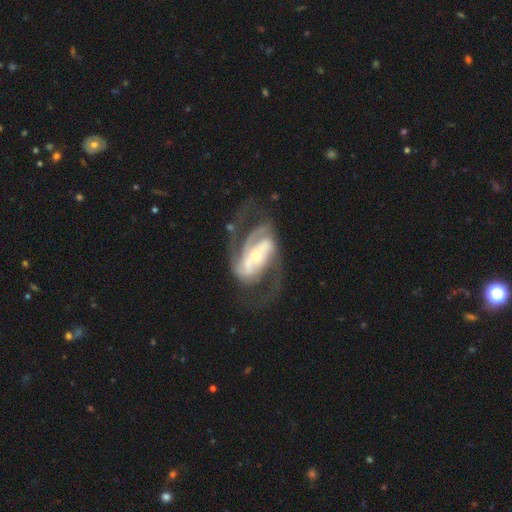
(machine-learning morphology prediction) This is clearly a featured or disk galaxy (89%). It is clearly not viewed edge-on (96%). Bar: possibly strong (46%). Spiral arm pattern: clearly yes (95%). Spiral arm count: likely 2 (72%). Spiral winding: possibly medium (50%). Central bulge: possibly small (48%). Merging: possibly none (53%).